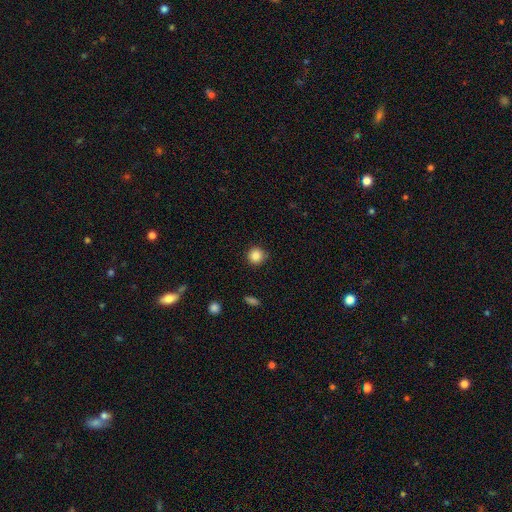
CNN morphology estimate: A smooth galaxy with no disk features (84%) that is round (94%).

Vote fractions:
- Smooth or featured? smooth: 84% / star or artifact: 10% / featured or disk: 5%
- How rounded? round: 94% / in between: 5% / cigar-shaped: 1%
- Merging? none: 89% / minor disturbance: 8% / major disturbance: 2% / merger: 1%